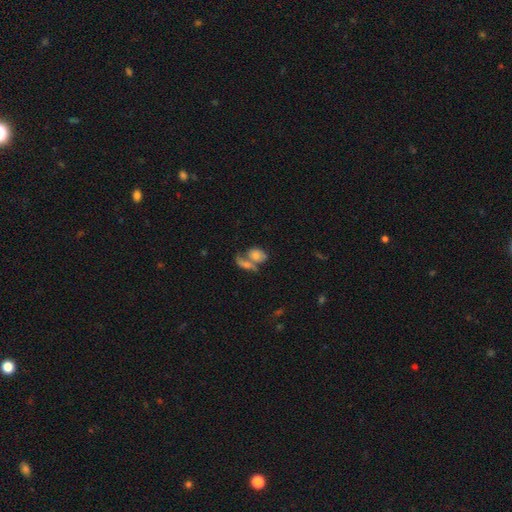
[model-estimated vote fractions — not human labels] This appears to be a smooth galaxy with no disk features (65%) that is in between round and cigar-shaped (76%). Merging: merger (53%).